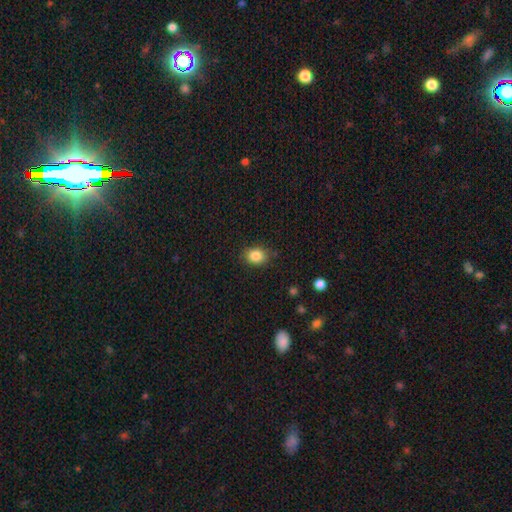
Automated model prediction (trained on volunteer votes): This is clearly a smooth galaxy (86%). How rounded: possibly in between (56%). Merging: clearly none (82%).